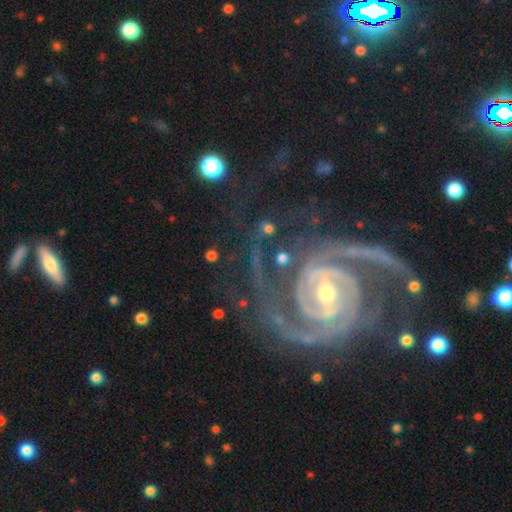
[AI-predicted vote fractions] Smooth or featured: featured or disk — 92% (star or artifact — 5%)
Edge-on disk: no — 98% (yes — 2%)
Bar: weak — 38% (strong — 33%)
Spiral arms: yes — 99% (no — 1%)
Spiral winding: tight — 56% (medium — 37%)
Spiral arm count: 2 — 74% (3 — 11%)
Bulge size: moderate — 49% (small — 46%)
Merging: none — 67% (minor disturbance — 17%)